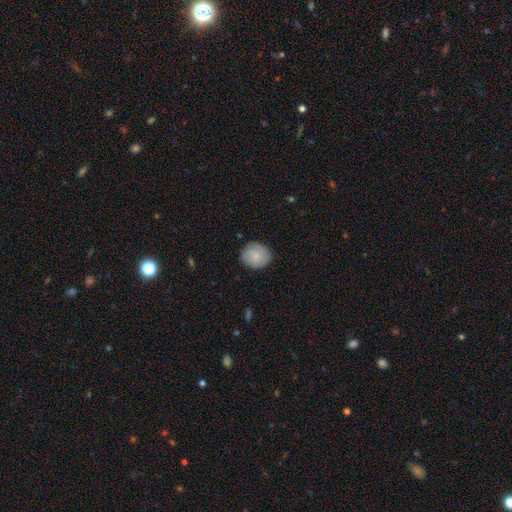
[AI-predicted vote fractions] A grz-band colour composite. It shows a smooth galaxy with no disk features (80%) that is round (81%). Merging: none (85%).